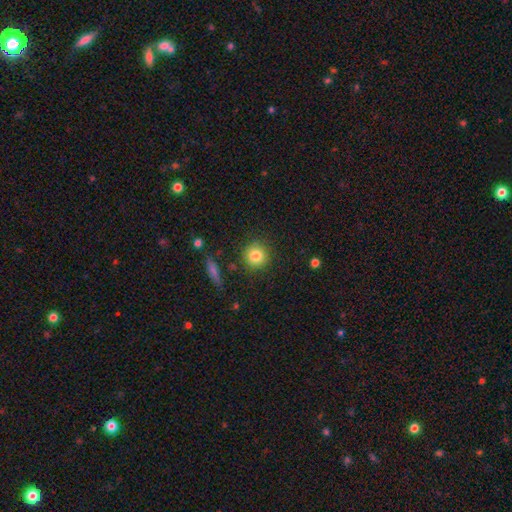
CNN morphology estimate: Smooth or featured?
  - smooth: 83% *
  - star or artifact: 10%
  - featured or disk: 8%
How rounded?
  - round: 92% *
  - in between: 7%
  - cigar-shaped: 1%
Merging?
  - none: 88% *
  - minor disturbance: 8%
  - major disturbance: 2%
  - merger: 2%